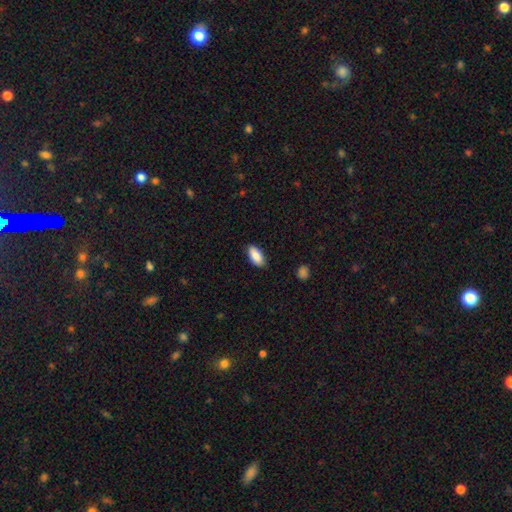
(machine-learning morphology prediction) Smooth or featured? Predicted: smooth (p=0.87). How rounded? Predicted: in between (p=0.91). Merging? Predicted: none (p=0.86).